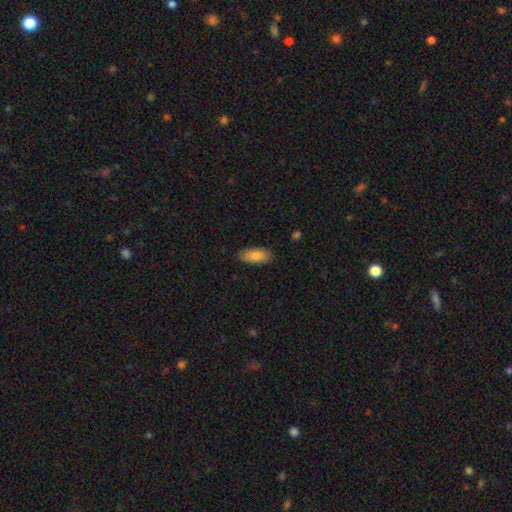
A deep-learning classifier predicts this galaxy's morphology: This appears to be a smooth galaxy with no disk features (83%) that is in between round and cigar-shaped (88%). Merging: none (85%).